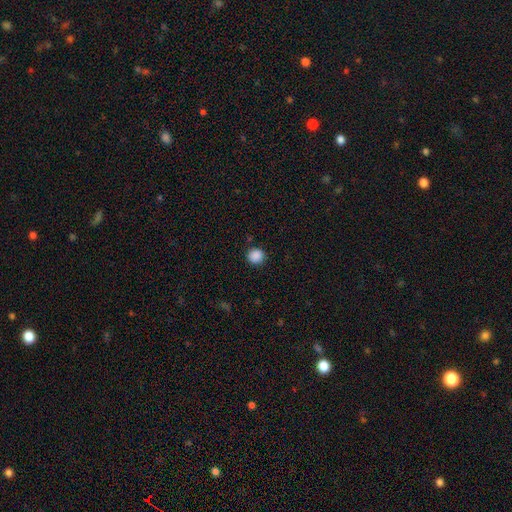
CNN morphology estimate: This is clearly a smooth galaxy (88%). How rounded: clearly round (92%). Merging: clearly none (90%).